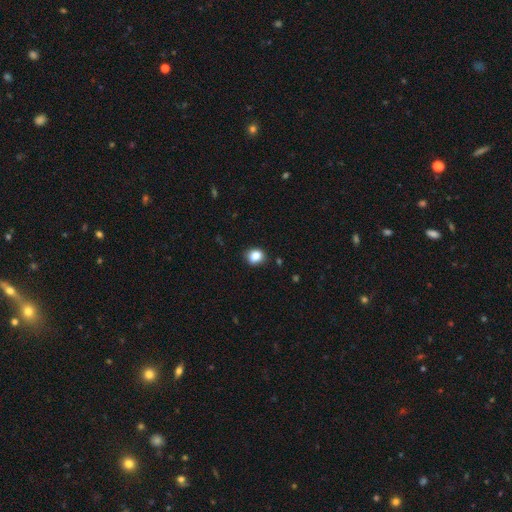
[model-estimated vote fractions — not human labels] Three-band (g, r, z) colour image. It shows a smooth galaxy with no disk features (84%) that is round (65%). Merging: none (86%).